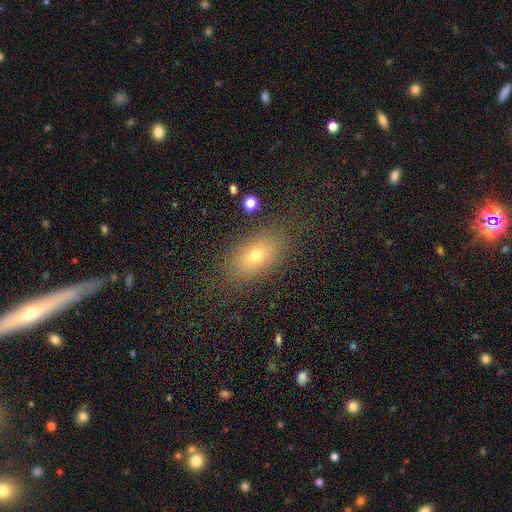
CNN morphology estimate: smooth_or_featured: smooth (p=0.74) [alt: featured or disk p=0.14]
how_rounded: in between (p=0.86) [alt: round p=0.10]
merging: none (p=0.79) [alt: minor disturbance p=0.13]